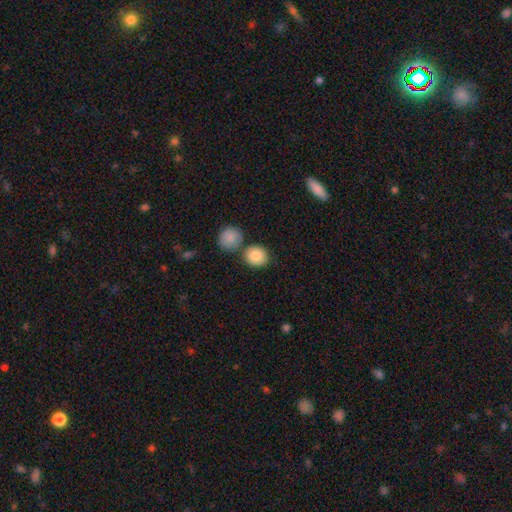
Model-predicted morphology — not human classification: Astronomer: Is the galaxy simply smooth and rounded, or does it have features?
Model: smooth — 86%.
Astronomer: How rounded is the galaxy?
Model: round — 76%.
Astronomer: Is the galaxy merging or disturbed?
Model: none — 70%.